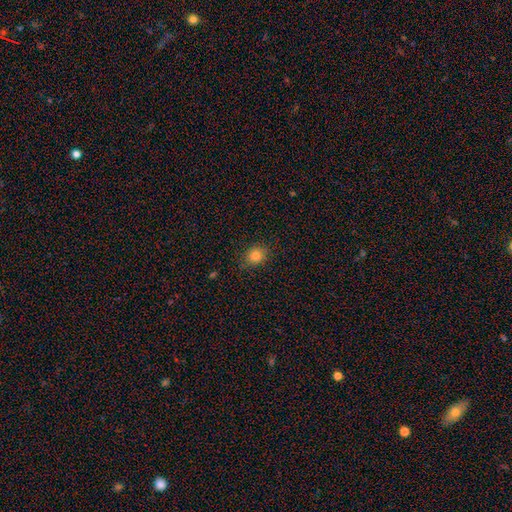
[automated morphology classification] Smooth or featured? Predicted: smooth (p=0.81). How rounded? Predicted: round (p=0.64). Merging? Predicted: none (p=0.85).